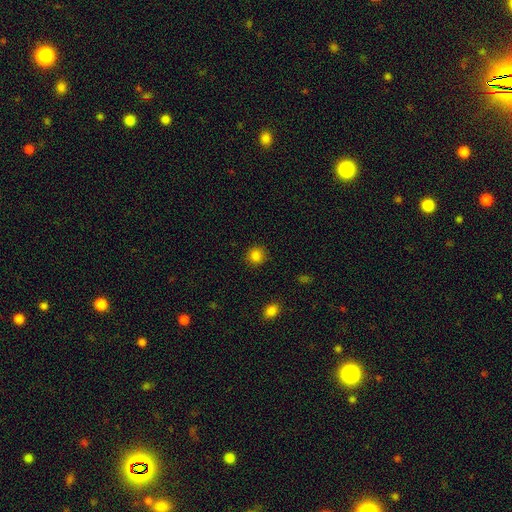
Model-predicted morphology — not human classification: smooth 84%, star or artifact 12%, featured or disk 3%. Down the decision tree: how rounded — round (88%); merging — none (89%).